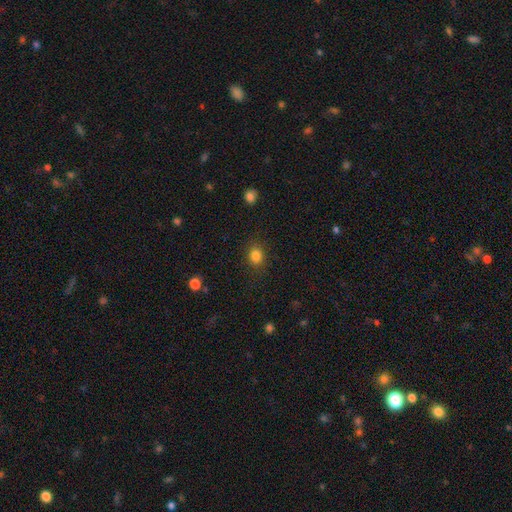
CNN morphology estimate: Smooth or featured?
  - smooth: 84% *
  - star or artifact: 11%
  - featured or disk: 5%
How rounded?
  - round: 60% *
  - in between: 40%
  - cigar-shaped: 1%
Merging?
  - none: 86% *
  - minor disturbance: 9%
  - major disturbance: 3%
  - merger: 1%